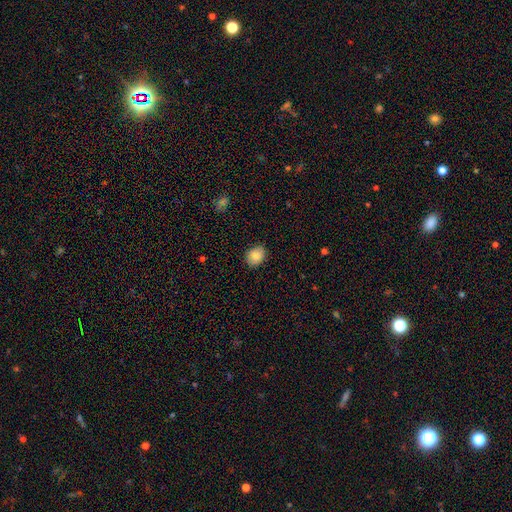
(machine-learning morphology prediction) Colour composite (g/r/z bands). It shows a smooth galaxy with no disk features (83%) that is in between round and cigar-shaped (55%). Merging: none (87%).